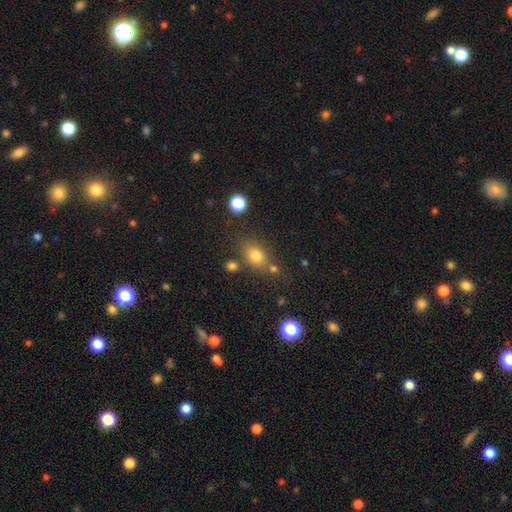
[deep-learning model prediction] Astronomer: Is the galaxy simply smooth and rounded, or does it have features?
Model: smooth — 77%.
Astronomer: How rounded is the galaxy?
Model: in between — 68%.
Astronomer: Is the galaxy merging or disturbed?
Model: none — 66%.